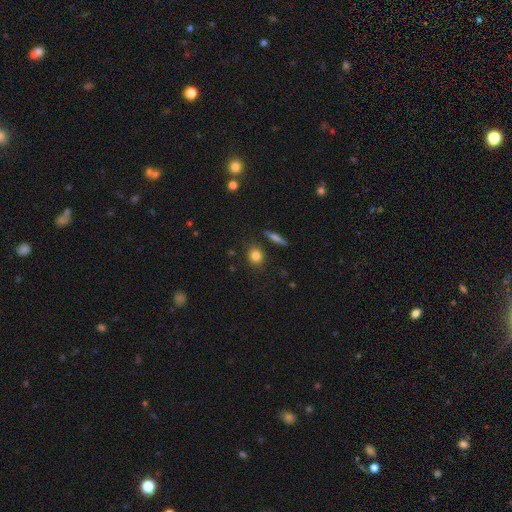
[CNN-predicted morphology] A smooth galaxy with no disk features (82%) that is round (65%). Merging: none (85%).